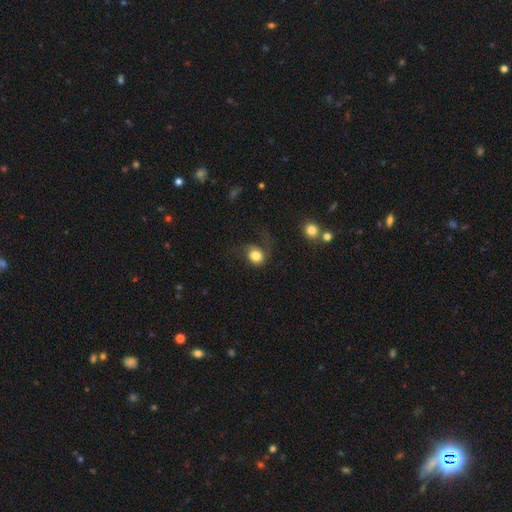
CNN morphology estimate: smooth_or_featured: smooth (p=0.74) [alt: featured or disk p=0.17]
how_rounded: round (p=0.65) [alt: in between p=0.34]
merging: none (p=0.39) [alt: major disturbance p=0.35]